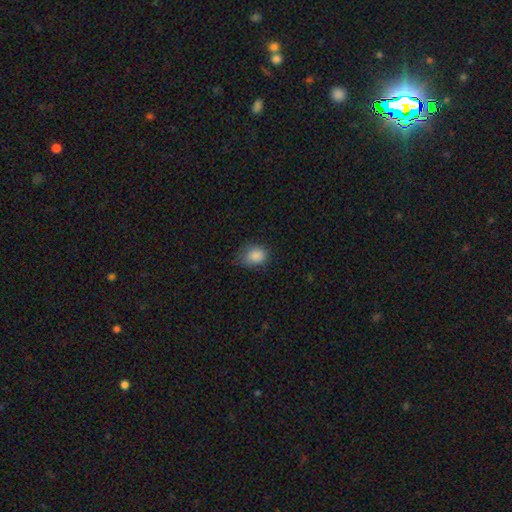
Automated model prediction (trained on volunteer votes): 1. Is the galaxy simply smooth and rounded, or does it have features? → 86% smooth, 9% star or artifact, 5% featured or disk.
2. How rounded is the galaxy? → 56% in between, 43% round, 1% cigar-shaped.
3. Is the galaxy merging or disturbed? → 63% none, 29% minor disturbance, 7% major disturbance, 1% merger.